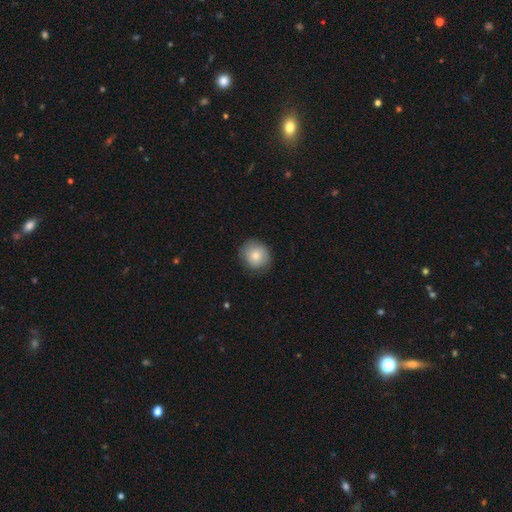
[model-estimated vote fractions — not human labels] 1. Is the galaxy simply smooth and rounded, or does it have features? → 81% smooth, 12% featured or disk, 8% star or artifact.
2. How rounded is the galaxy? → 84% round, 15% in between, 1% cigar-shaped.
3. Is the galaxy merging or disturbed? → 84% none, 12% minor disturbance, 3% major disturbance, 1% merger.